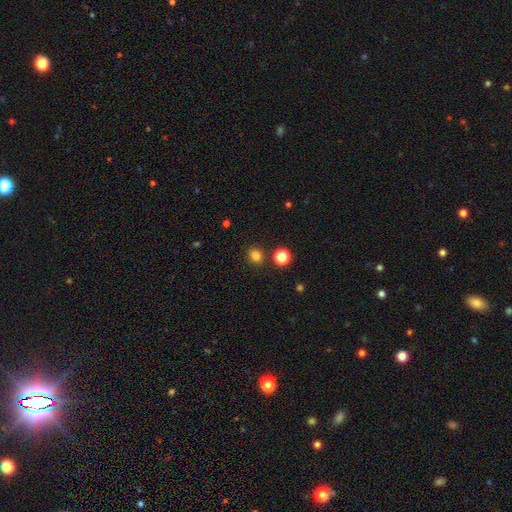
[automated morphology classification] type=smooth (81%); roundness=round (78%); merging=none (84%).